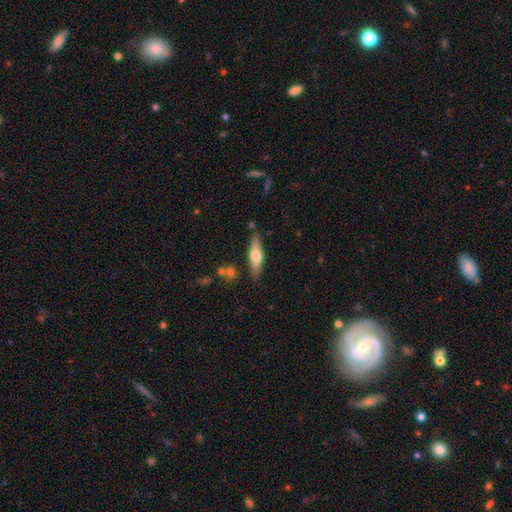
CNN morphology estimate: smooth-or-featured: smooth: 47% (tied) | featured or disk: 47% (tied) | star or artifact: 6%
  merging: none: 81% | minor disturbance: 12% | merger: 4% | major disturbance: 3%